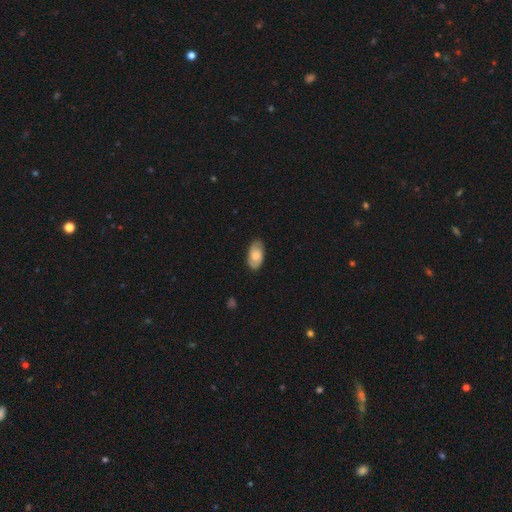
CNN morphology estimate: smooth-or-featured: smooth: 60% | featured or disk: 34% | star or artifact: 6%
  how-rounded: in between: 93% | round: 4% | cigar-shaped: 3%
  merging: none: 82% | minor disturbance: 14% | major disturbance: 3% | merger: 1%